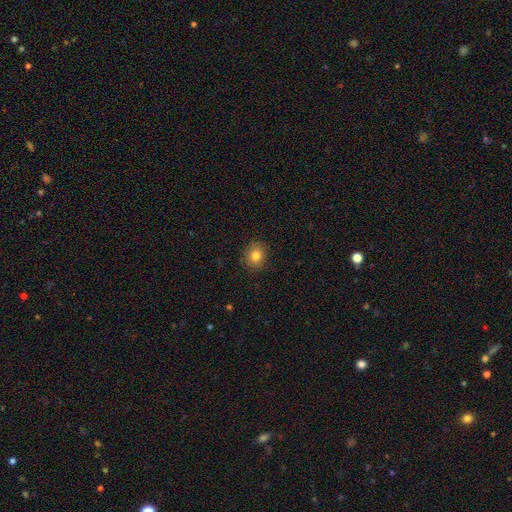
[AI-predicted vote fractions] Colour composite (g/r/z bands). It shows a smooth galaxy with no disk features (81%) that is round (69%). Merging: none (88%).